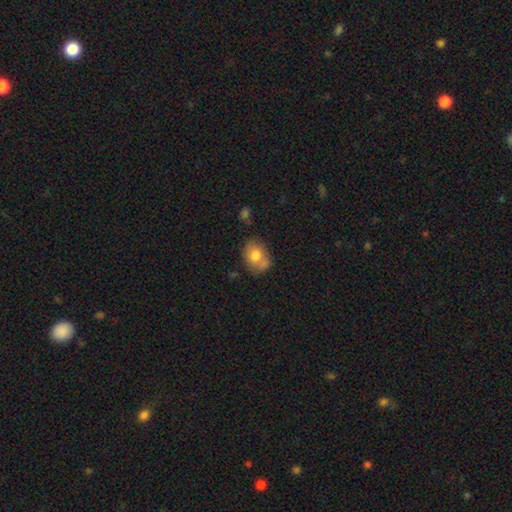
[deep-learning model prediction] smooth 74%, featured or disk 18%, star or artifact 8%. Down the decision tree: how rounded — in between (62%); merging — none (58%).